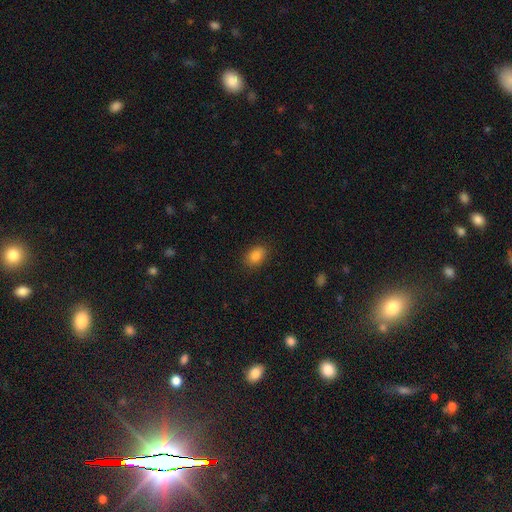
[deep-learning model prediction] Morphology: type=smooth (86%); roundness=in between (78%); merging=none (86%).